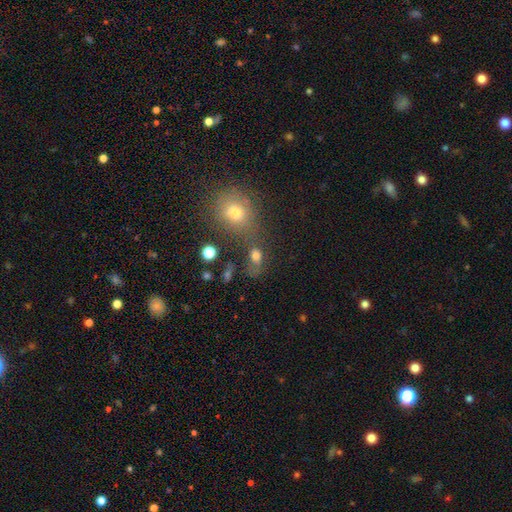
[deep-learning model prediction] This appears to be a smooth galaxy with no disk features (72%) that is in between round and cigar-shaped (58%). Merging: none (43%).